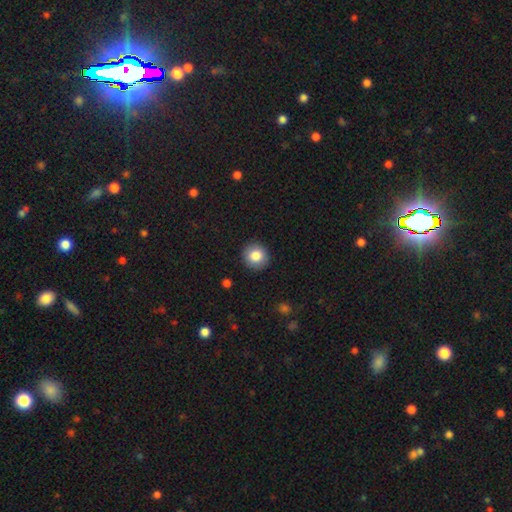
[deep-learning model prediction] Smooth or featured: smooth — 84% (star or artifact — 9%)
How rounded: round — 92% (in between — 7%)
Merging: none — 92% (minor disturbance — 6%)